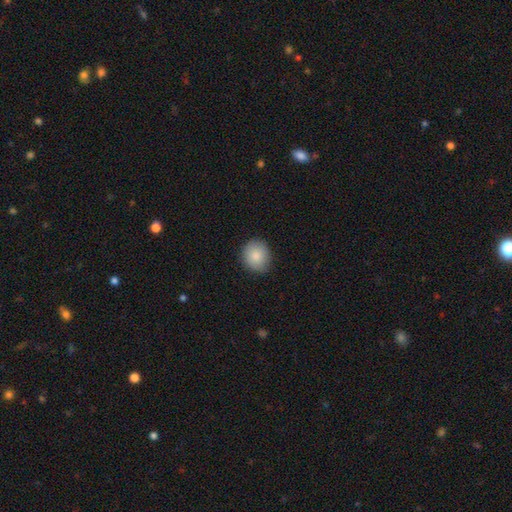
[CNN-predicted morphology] smooth-or-featured: smooth: 87% | star or artifact: 7% | featured or disk: 6%
  how-rounded: round: 81% | in between: 18% | cigar-shaped: 1%
  merging: none: 86% | minor disturbance: 11% | major disturbance: 2% | merger: 1%